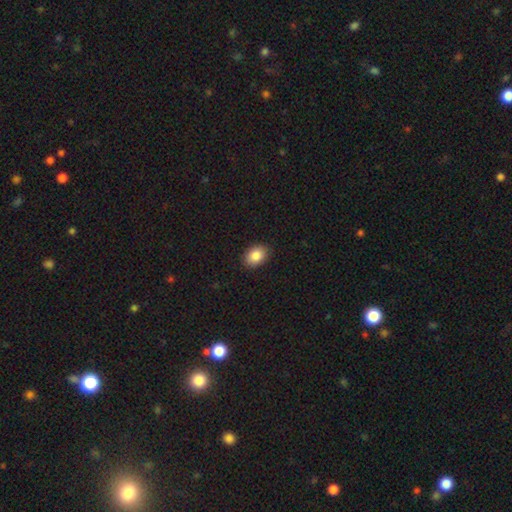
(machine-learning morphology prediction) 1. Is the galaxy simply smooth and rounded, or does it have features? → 86% smooth, 8% star or artifact, 6% featured or disk.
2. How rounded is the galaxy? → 78% in between, 21% round, 1% cigar-shaped.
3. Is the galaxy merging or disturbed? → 89% none, 8% minor disturbance, 2% major disturbance, 1% merger.